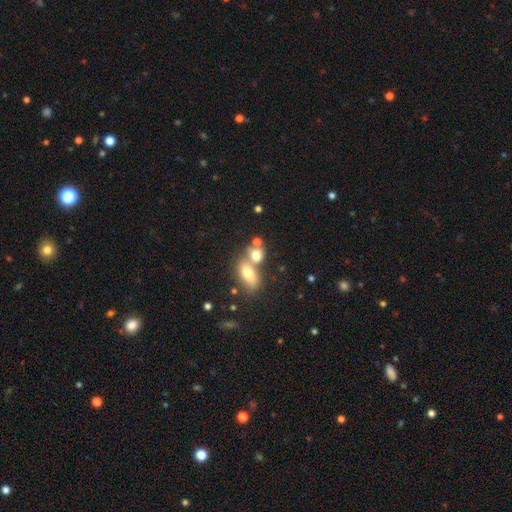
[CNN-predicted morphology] smooth 73%, featured or disk 17%, star or artifact 10%. Down the decision tree: how rounded — in between (61%); merging — merger (58%).